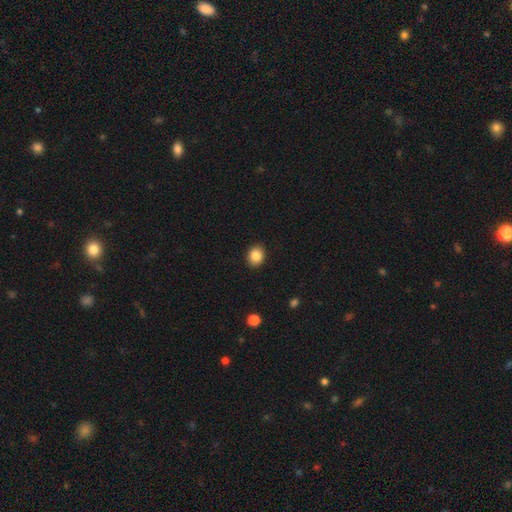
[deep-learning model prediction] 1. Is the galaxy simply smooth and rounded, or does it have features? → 86% smooth, 9% star or artifact, 5% featured or disk.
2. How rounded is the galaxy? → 61% round, 38% in between, 1% cigar-shaped.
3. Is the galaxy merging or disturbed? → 91% none, 6% minor disturbance, 2% major disturbance, 1% merger.